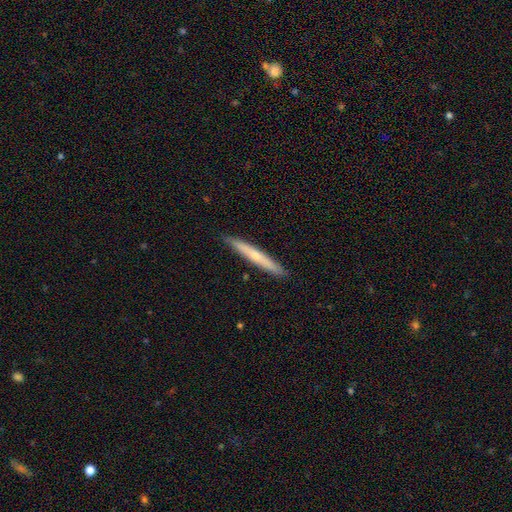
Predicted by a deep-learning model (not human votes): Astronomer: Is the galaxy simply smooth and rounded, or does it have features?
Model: smooth — 51% (runner-up: featured or disk, 44%).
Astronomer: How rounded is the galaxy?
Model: cigar-shaped — 96%.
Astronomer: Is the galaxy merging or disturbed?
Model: none — 91%.